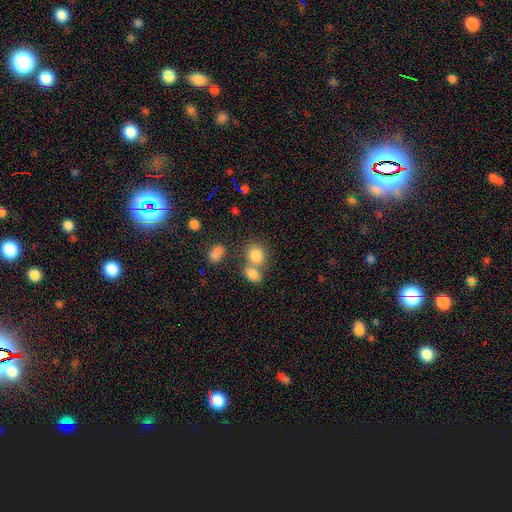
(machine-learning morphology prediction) Smooth or featured? Predicted: smooth (p=0.81). How rounded? Predicted: round (p=0.56). Merging? Predicted: merger (p=0.46).